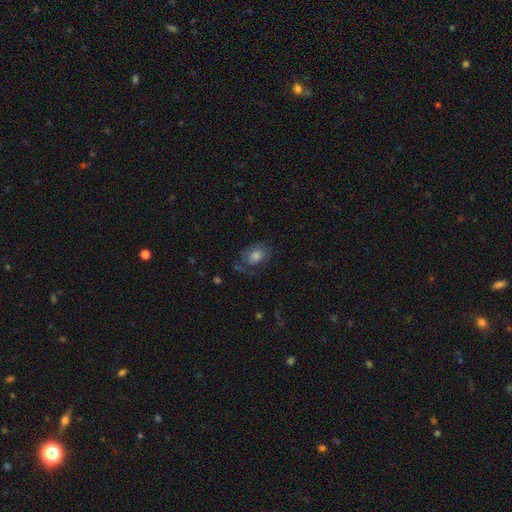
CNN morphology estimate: Overall: smooth (58%; featured or disk 28%). How rounded: in between (71%). Merging: none (57%; minor disturbance 22%).